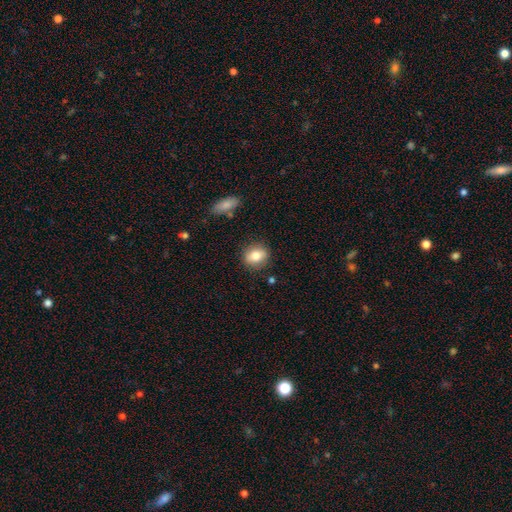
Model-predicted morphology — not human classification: The model was most divided on "how rounded": round: 60%, in between: 38%, cigar-shaped: 2%. More confident: merging — none (85%); smooth or featured — smooth (79%).